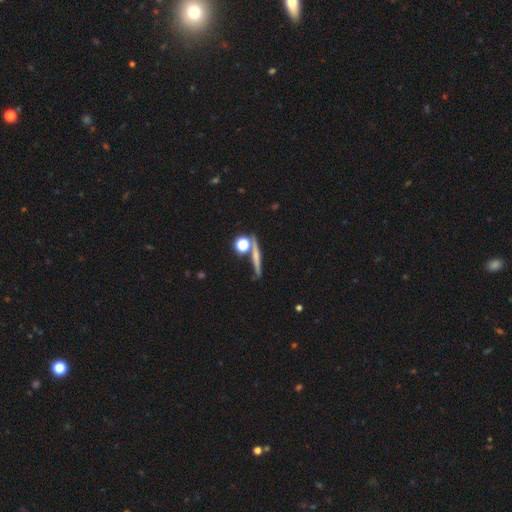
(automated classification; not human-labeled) Overall: smooth (51%; featured or disk 35%). How rounded: cigar-shaped (70%). Merging: none (74%).